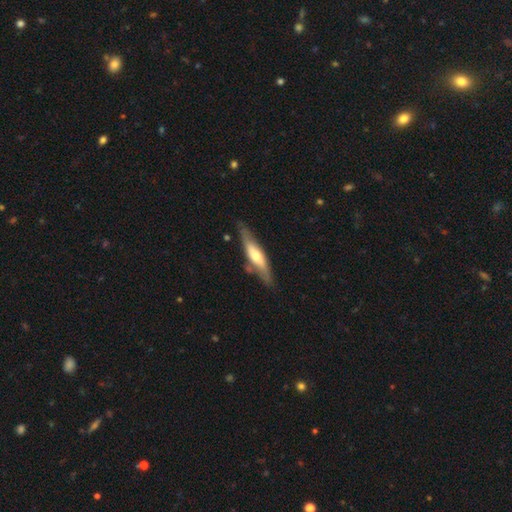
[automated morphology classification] Smooth or featured: featured or disk — 53% (smooth — 42%)
Edge-on disk: yes — 75% (no — 25%)
Merging: none — 70% (minor disturbance — 20%)